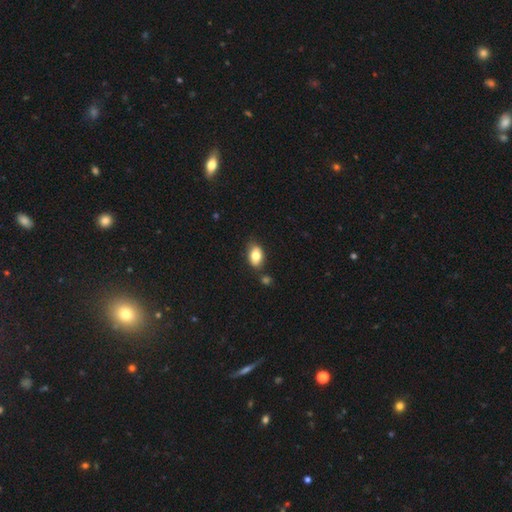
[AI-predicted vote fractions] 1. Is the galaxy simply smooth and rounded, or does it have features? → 80% smooth, 12% featured or disk, 8% star or artifact.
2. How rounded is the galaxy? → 88% in between, 10% round, 2% cigar-shaped.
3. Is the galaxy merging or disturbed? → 75% none, 15% minor disturbance, 7% merger, 3% major disturbance.